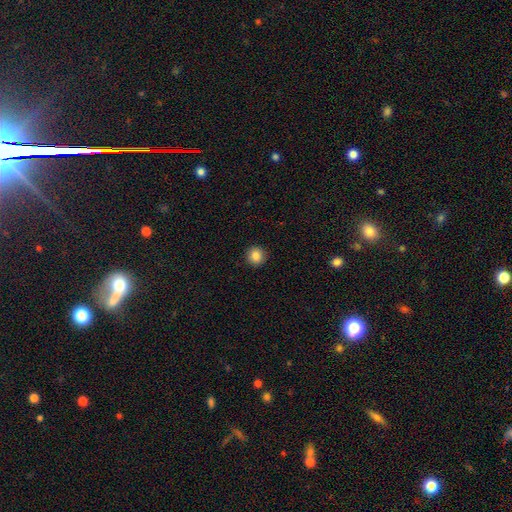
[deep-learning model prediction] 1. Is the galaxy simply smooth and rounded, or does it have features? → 85% smooth, 9% star or artifact, 6% featured or disk.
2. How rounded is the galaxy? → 94% round, 5% in between, 1% cigar-shaped.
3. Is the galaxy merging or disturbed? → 93% none, 5% minor disturbance, 2% major disturbance, 1% merger.